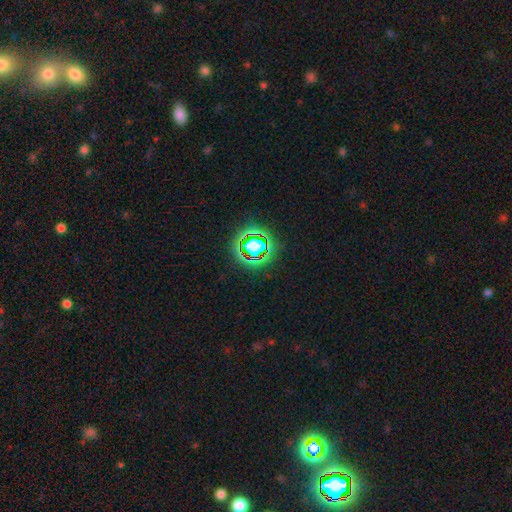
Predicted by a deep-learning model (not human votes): smooth-or-featured: star or artifact: 78% | smooth: 15% | featured or disk: 7%